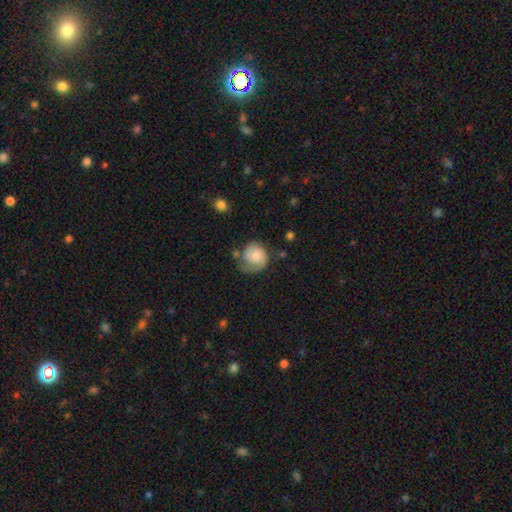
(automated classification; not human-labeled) A smooth galaxy with no disk features (55%) that is round (81%). Merging: none (48%).